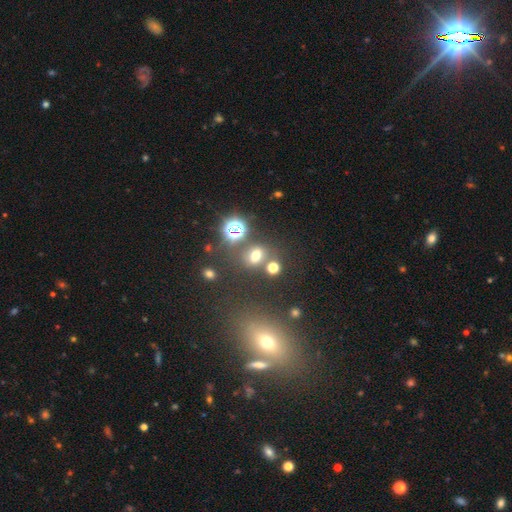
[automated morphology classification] smooth 57%, star or artifact 30%, featured or disk 12%. Down the decision tree: how rounded — in between (49%); merging — none (65%).